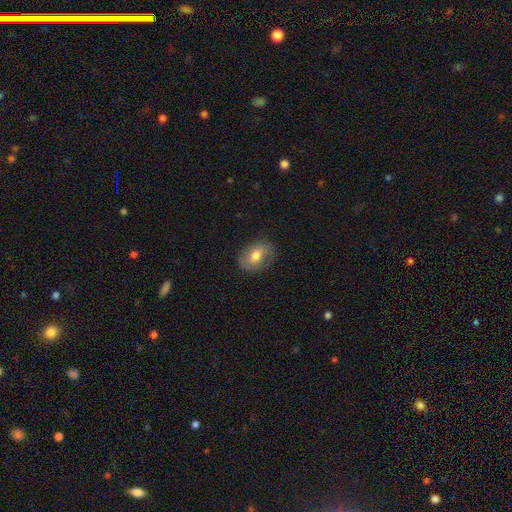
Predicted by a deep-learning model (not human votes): A smooth galaxy with no disk features (66%) that is in between round and cigar-shaped (67%).

Vote fractions:
- Smooth or featured? smooth: 66% / featured or disk: 26% / star or artifact: 8%
- How rounded? in between: 67% / round: 31% / cigar-shaped: 1%
- Merging? none: 80% / minor disturbance: 15% / major disturbance: 4% / merger: 1%